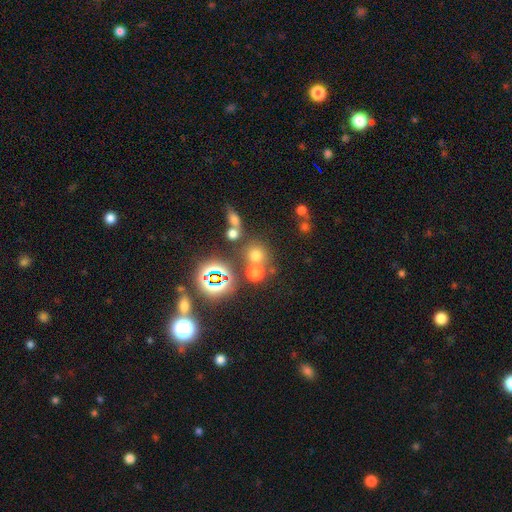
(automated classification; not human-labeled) Q: Smooth or featured?
A: smooth (61%); runner-up: star or artifact (29%)
Q: How rounded?
A: round (86%); runner-up: in between (13%)
Q: Merging?
A: none (64%); runner-up: merger (23%)